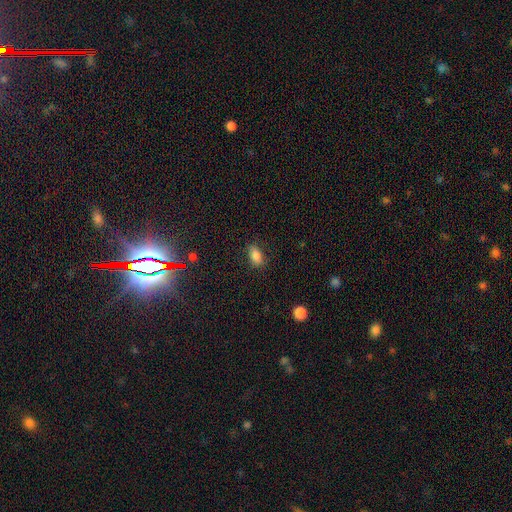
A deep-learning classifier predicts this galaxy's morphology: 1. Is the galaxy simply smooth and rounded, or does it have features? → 84% smooth, 10% star or artifact, 6% featured or disk.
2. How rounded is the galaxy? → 85% in between, 11% round, 4% cigar-shaped.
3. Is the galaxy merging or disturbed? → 81% none, 14% minor disturbance, 4% major disturbance, 1% merger.